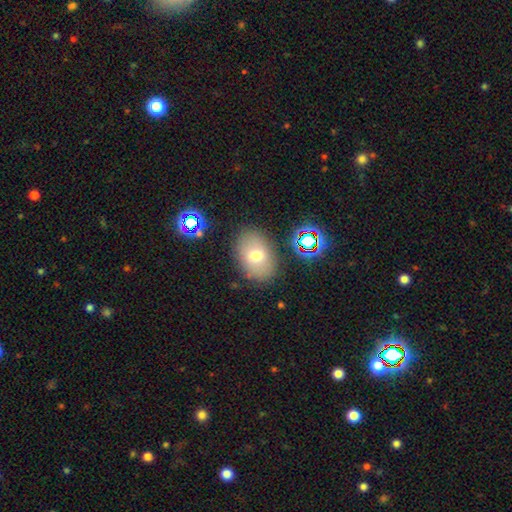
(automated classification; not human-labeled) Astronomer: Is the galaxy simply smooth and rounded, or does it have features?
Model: smooth — 66%.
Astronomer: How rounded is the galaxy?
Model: in between — 80%.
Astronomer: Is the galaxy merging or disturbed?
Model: none — 83%.